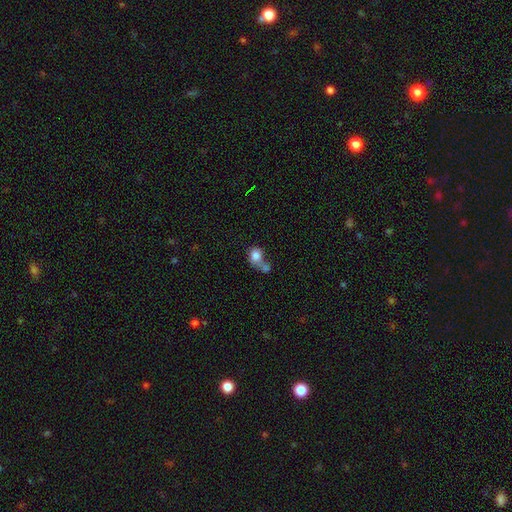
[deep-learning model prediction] Smooth or featured? smooth (80%)
How rounded? round (67%)
Merging? merger (55%)